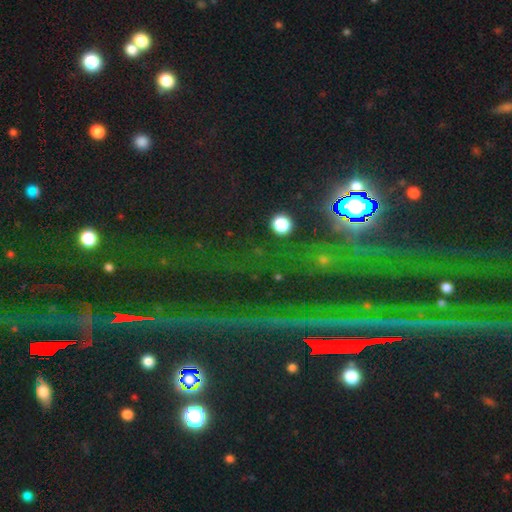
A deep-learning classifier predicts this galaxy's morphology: Q: Smooth or featured?
A: star or artifact (84%); runner-up: smooth (8%)